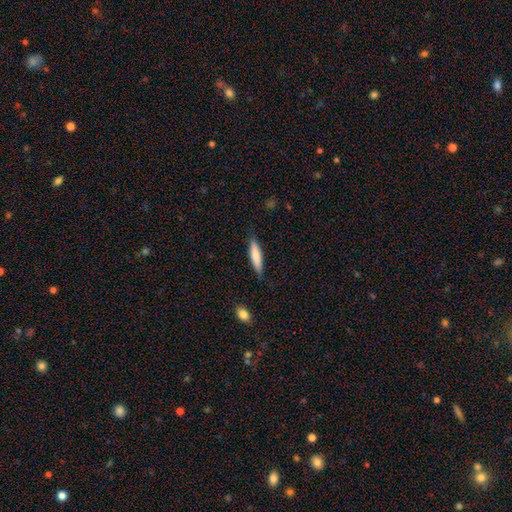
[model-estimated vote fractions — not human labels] Smooth or featured: smooth — 77% (featured or disk — 18%)
How rounded: cigar-shaped — 78% (in between — 20%)
Merging: none — 82% (minor disturbance — 13%)